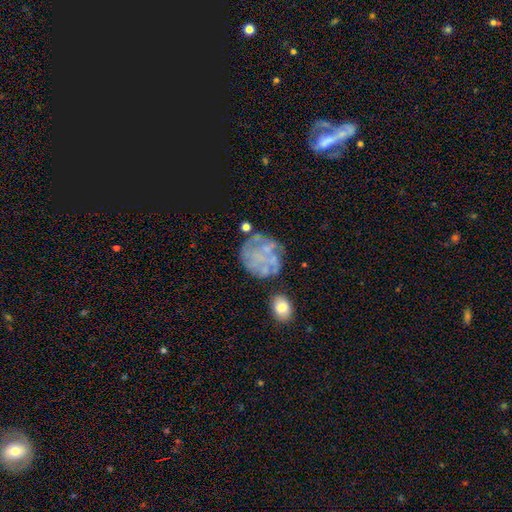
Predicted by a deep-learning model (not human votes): A featured or disk galaxy (58%) with no bar (90%), no spiral arms (74%) and no central bulge (71%).

Vote fractions:
- Smooth or featured? featured or disk: 58% / smooth: 28% / star or artifact: 14%
- Edge-on disk? no: 98% / yes: 2%
- Bar? no: 90% / weak: 7% / strong: 3%
- Spiral arms? no: 74% / yes: 26%
- Bulge size? none: 71% / small: 17% / moderate: 8% / large: 2% / dominant: 1%
- Merging? none: 55% / minor disturbance: 20% / major disturbance: 17% / merger: 7%